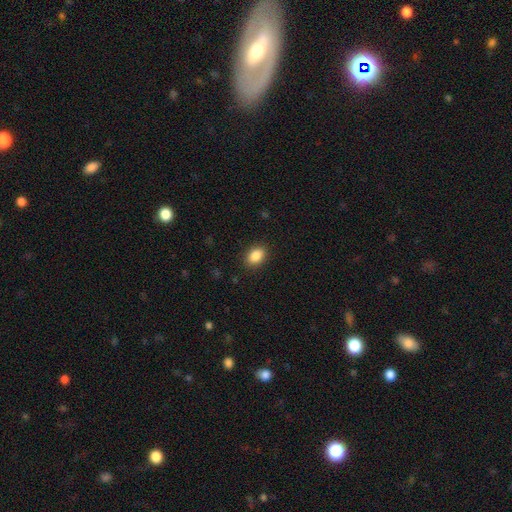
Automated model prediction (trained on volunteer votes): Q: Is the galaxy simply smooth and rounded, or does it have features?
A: smooth — 88%.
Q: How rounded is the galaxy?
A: in between — 77%.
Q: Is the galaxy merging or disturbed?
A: none — 89%.